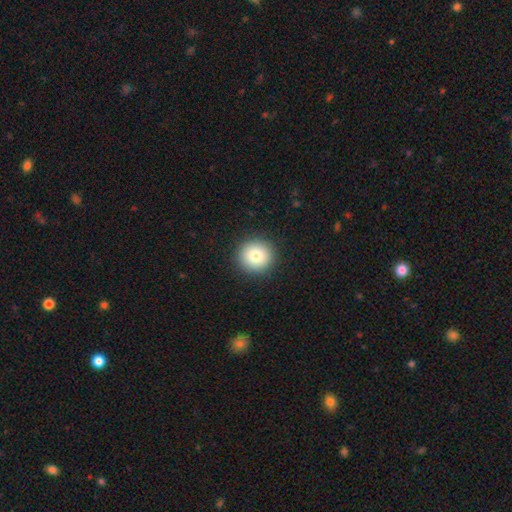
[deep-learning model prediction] smooth 81%, star or artifact 10%, featured or disk 9%. Down the decision tree: how rounded — round (94%); merging — none (92%).